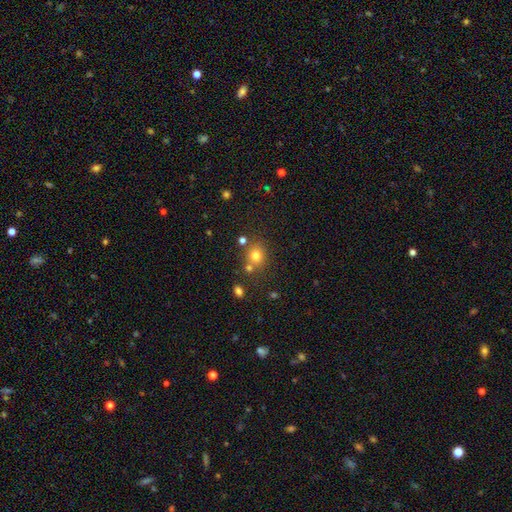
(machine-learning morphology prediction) A smooth galaxy with no disk features (75%) that is round (79%). Merging: none (68%).